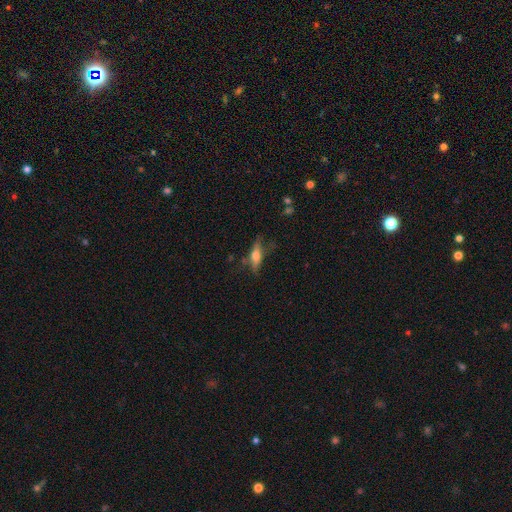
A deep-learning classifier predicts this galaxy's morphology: Q: Smooth or featured?
A: smooth (53%); runner-up: featured or disk (38%)
Q: How rounded?
A: cigar-shaped (55%); runner-up: in between (42%)
Q: Merging?
A: none (57%); runner-up: minor disturbance (25%)